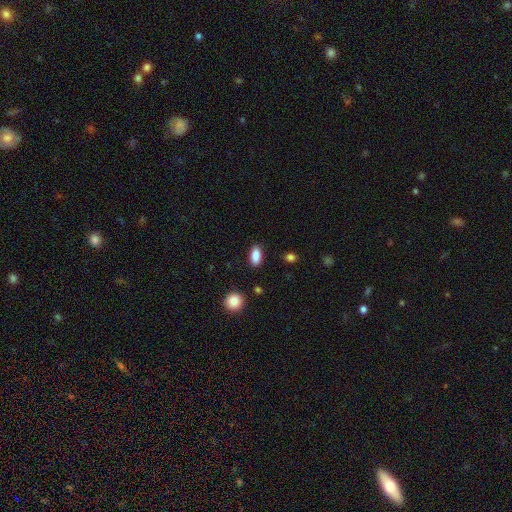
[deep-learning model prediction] smooth-or-featured: smooth: 88% | star or artifact: 8% | featured or disk: 5%
  how-rounded: in between: 90% | cigar-shaped: 6% | round: 4%
  merging: none: 88% | minor disturbance: 8% | major disturbance: 2% | merger: 1%